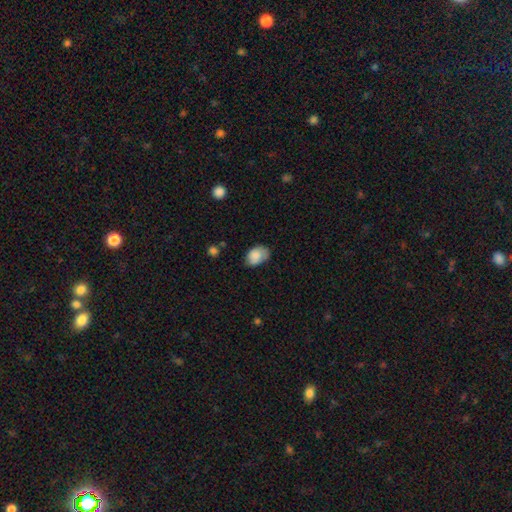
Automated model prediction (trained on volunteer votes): The model was most divided on "merging": none: 57%, minor disturbance: 32%, major disturbance: 9%, merger: 2%. More confident: how rounded — in between (82%); smooth or featured — smooth (81%).